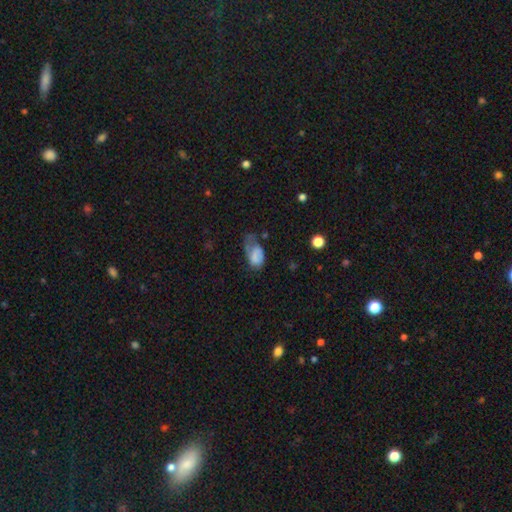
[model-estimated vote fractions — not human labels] The model was most divided on "merging": major disturbance: 44%, minor disturbance: 32%, none: 21%, merger: 4%. More confident: how rounded — in between (89%); smooth or featured — smooth (67%).